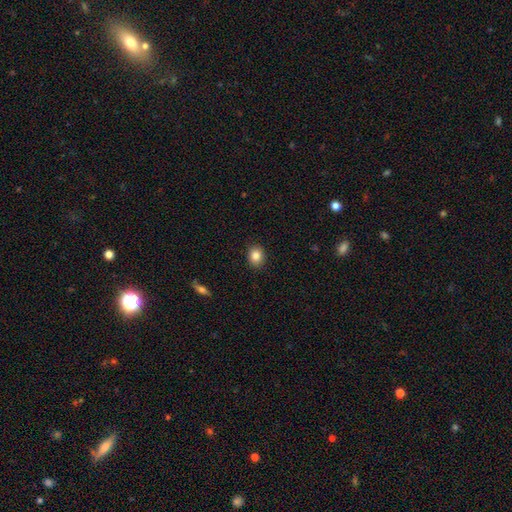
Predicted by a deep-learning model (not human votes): This appears to be a smooth galaxy with no disk features (84%) that is round (61%). Merging: none (90%).